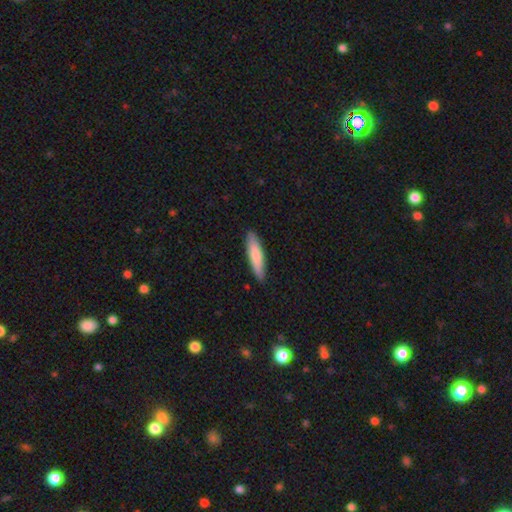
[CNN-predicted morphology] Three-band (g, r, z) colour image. It shows a smooth galaxy with no disk features (77%) that is cigar-shaped (80%). Merging: none (88%).